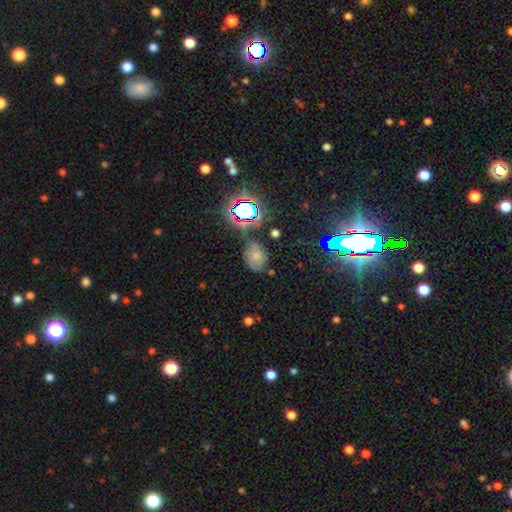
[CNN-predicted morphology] Q: Smooth or featured?
A: smooth (57%); runner-up: star or artifact (25%)
Q: How rounded?
A: in between (70%); runner-up: round (29%)
Q: Merging?
A: none (57%); runner-up: minor disturbance (27%)